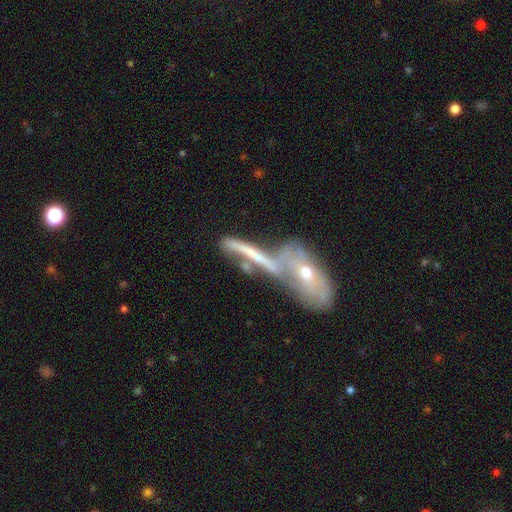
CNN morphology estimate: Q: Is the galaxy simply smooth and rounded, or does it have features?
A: featured or disk — 57%.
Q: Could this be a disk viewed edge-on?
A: yes — 55%.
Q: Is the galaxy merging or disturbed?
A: merger — 53%.